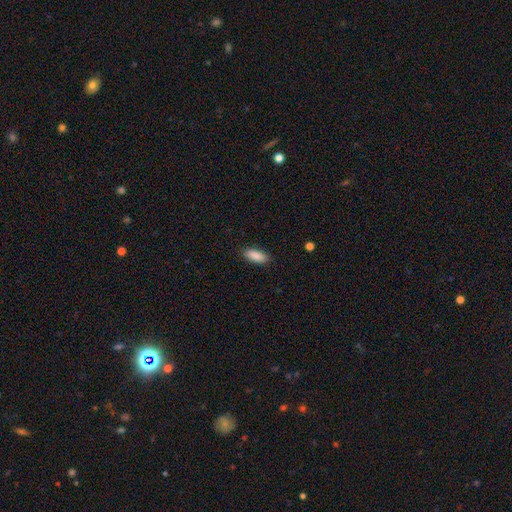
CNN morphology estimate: Smooth or featured?
  - smooth: 89% *
  - star or artifact: 6%
  - featured or disk: 5%
How rounded?
  - in between: 79% *
  - cigar-shaped: 19%
  - round: 2%
Merging?
  - none: 88% *
  - minor disturbance: 9%
  - major disturbance: 2%
  - merger: 1%